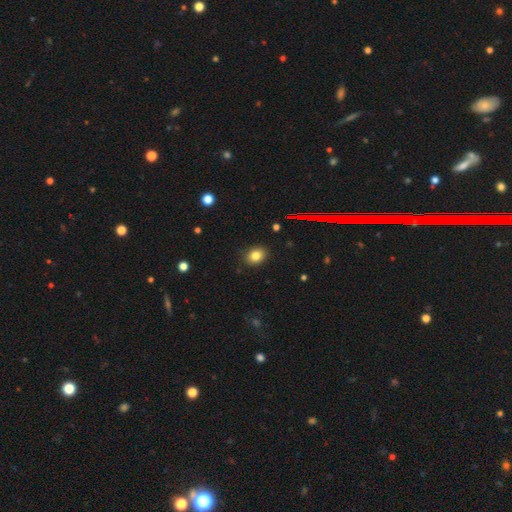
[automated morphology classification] Smooth or featured? smooth (81%)
How rounded? in between (51%)
Merging? none (88%)